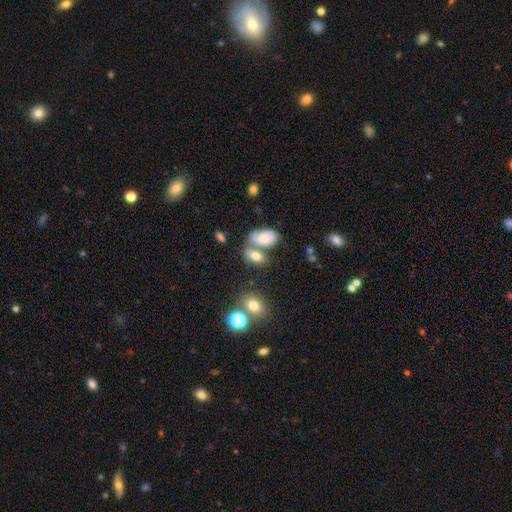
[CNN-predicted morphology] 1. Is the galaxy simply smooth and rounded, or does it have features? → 70% smooth, 18% featured or disk, 12% star or artifact.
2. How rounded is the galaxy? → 84% in between, 12% round, 5% cigar-shaped.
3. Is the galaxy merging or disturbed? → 43% none, 37% merger, 14% minor disturbance, 6% major disturbance.